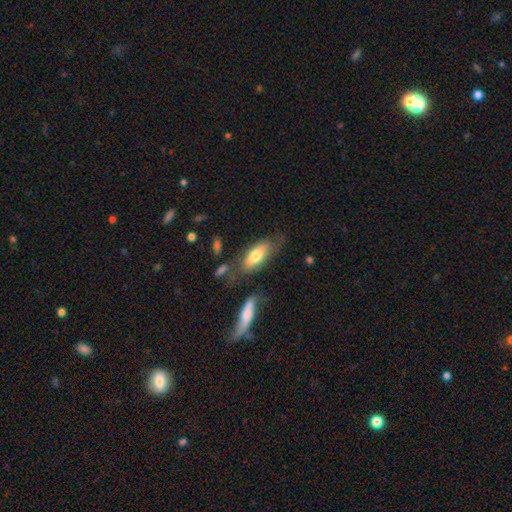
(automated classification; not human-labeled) Smooth or featured: smooth — 69% (featured or disk — 25%)
How rounded: in between — 83% (cigar-shaped — 15%)
Merging: none — 59% (minor disturbance — 21%)